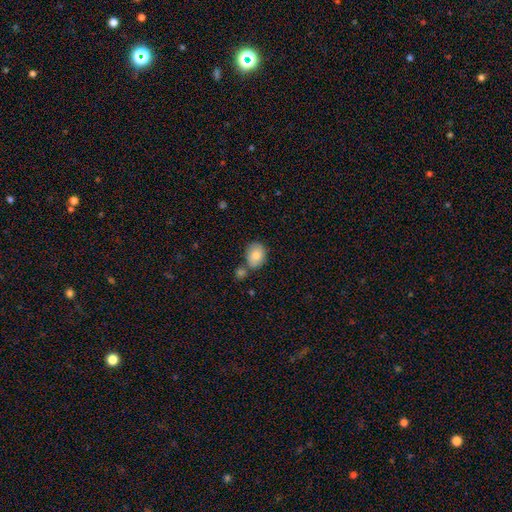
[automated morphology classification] Q: Smooth or featured?
A: smooth (84%); runner-up: featured or disk (9%)
Q: How rounded?
A: in between (59%); runner-up: round (40%)
Q: Merging?
A: none (57%); runner-up: merger (22%)